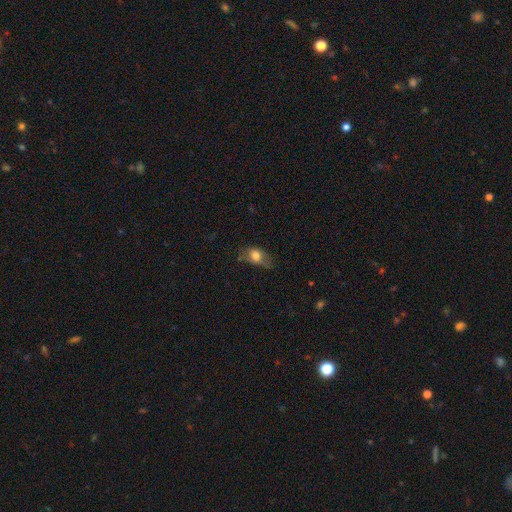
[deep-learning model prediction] The model was most divided on "merging": none: 44%, minor disturbance: 35%, major disturbance: 19%, merger: 2%. More confident: how rounded — in between (76%); smooth or featured — smooth (71%).